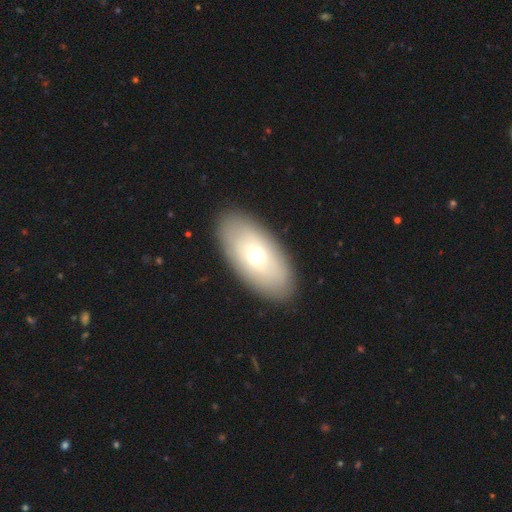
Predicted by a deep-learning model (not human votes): smooth-or-featured: smooth: 59% | featured or disk: 34% | star or artifact: 7%
  how-rounded: in between: 92% | cigar-shaped: 4% | round: 4%
  merging: none: 88% | minor disturbance: 8% | major disturbance: 3% | merger: 1%